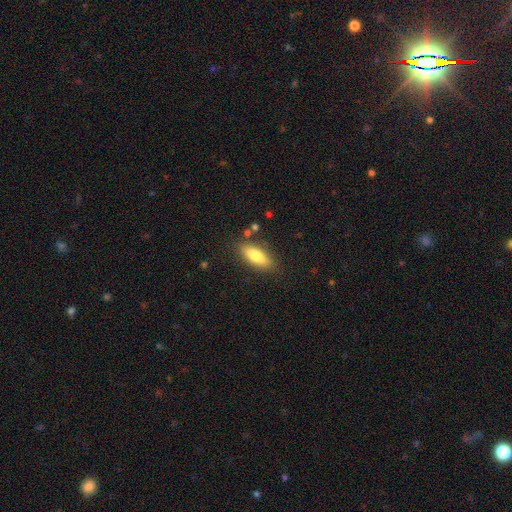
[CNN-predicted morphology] A smooth galaxy with no disk features (77%) that is in between round and cigar-shaped (69%).

Vote fractions:
- Smooth or featured? smooth: 77% / featured or disk: 16% / star or artifact: 6%
- How rounded? in between: 69% / cigar-shaped: 28% / round: 2%
- Merging? none: 83% / minor disturbance: 11% / major disturbance: 3% / merger: 3%